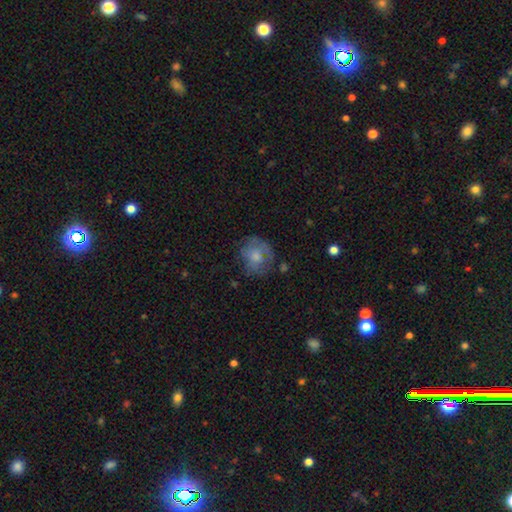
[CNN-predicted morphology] Smooth or featured: smooth — 64% (featured or disk — 28%)
How rounded: round — 76% (in between — 23%)
Merging: none — 59% (minor disturbance — 25%)